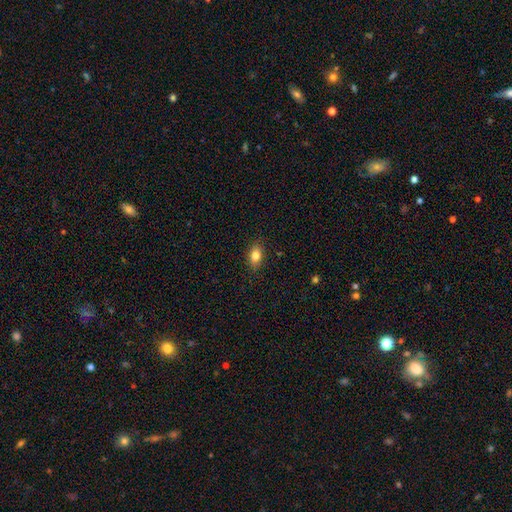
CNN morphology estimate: A smooth galaxy with no disk features (83%) that is in between round and cigar-shaped (84%).

Vote fractions:
- Smooth or featured? smooth: 83% / star or artifact: 9% / featured or disk: 8%
- How rounded? in between: 84% / round: 14% / cigar-shaped: 3%
- Merging? none: 87% / minor disturbance: 10% / major disturbance: 2% / merger: 1%